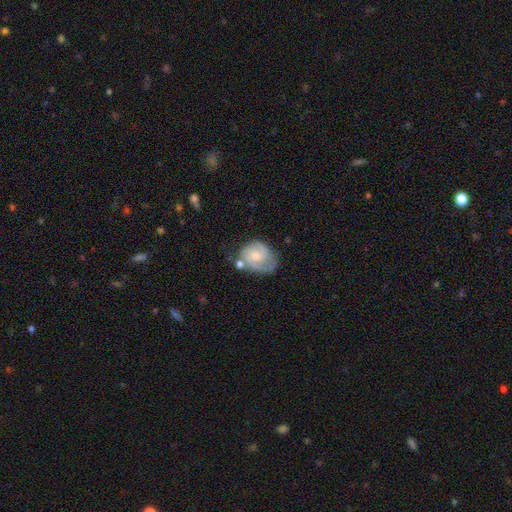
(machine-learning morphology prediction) Smooth or featured: featured or disk — 65% (smooth — 29%)
Edge-on disk: no — 97% (yes — 3%)
Bar: no — 66% (weak — 30%)
Spiral arms: yes — 87% (no — 13%)
Spiral winding: tight — 48% (medium — 39%)
Spiral arm count: 2 — 54% (can't tell — 20%)
Bulge size: small — 46% (moderate — 43%)
Merging: none — 48% (minor disturbance — 26%)